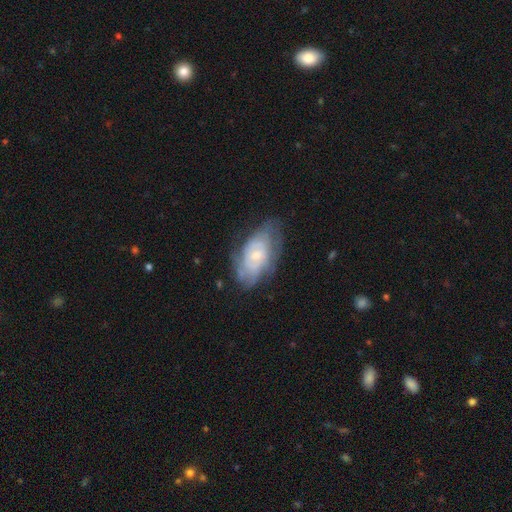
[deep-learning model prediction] Smooth or featured?
  - featured or disk: 64% *
  - smooth: 29%
  - star or artifact: 7%
Edge-on disk?
  - no: 94% *
  - yes: 6%
Bar?
  - no: 70% *
  - weak: 26%
  - strong: 4%
Spiral arms?
  - yes: 75% *
  - no: 25%
Bulge size?
  - small: 52% *
  - moderate: 39%
  - none: 5%
  - large: 4%
  - dominant: 1%
Merging?
  - none: 61% *
  - minor disturbance: 26%
  - major disturbance: 11%
  - merger: 2%